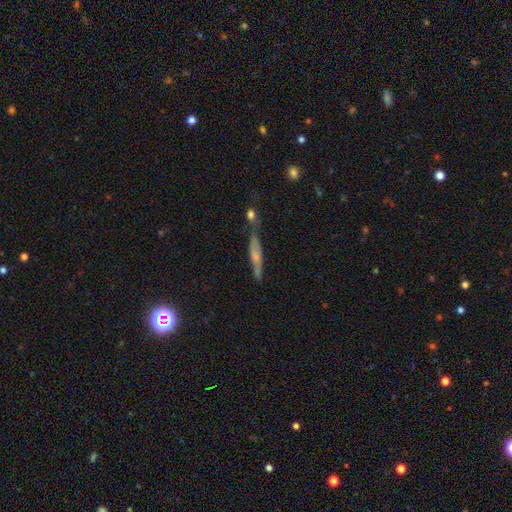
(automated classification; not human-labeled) Smooth or featured? featured or disk (47%)
Merging? none (53%)